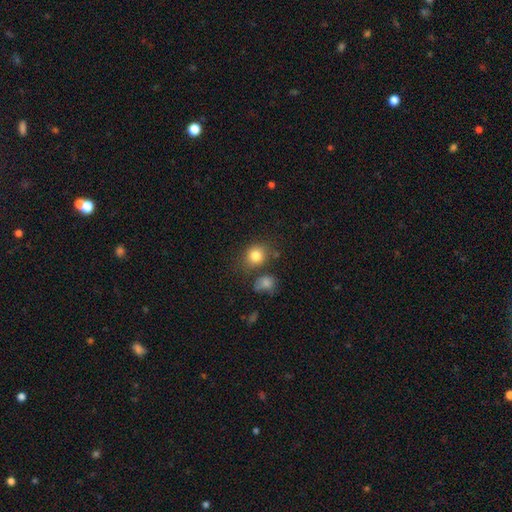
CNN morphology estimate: smooth_or_featured: smooth (p=0.82) [alt: star or artifact p=0.11]
how_rounded: round (p=0.68) [alt: in between p=0.31]
merging: none (p=0.70) [alt: minor disturbance p=0.15]